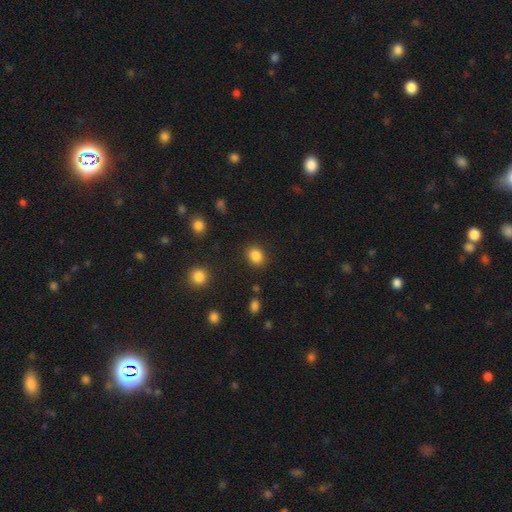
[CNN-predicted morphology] type=smooth (86%); roundness=in between (50%); merging=none (88%).